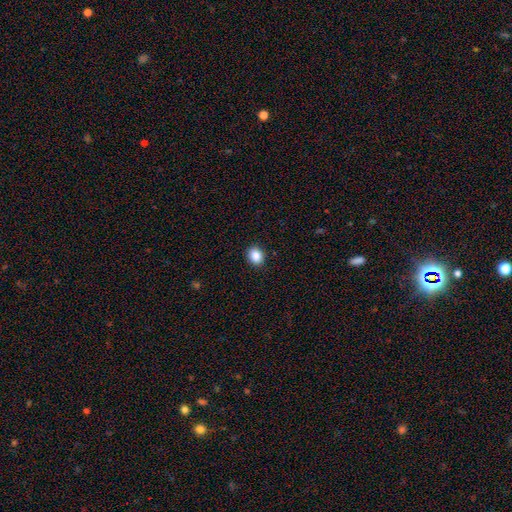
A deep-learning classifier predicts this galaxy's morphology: smooth-or-featured: smooth: 87% | star or artifact: 9% | featured or disk: 4%
  how-rounded: round: 57% | in between: 42% | cigar-shaped: 1%
  merging: none: 91% | minor disturbance: 6% | major disturbance: 2% | merger: 1%